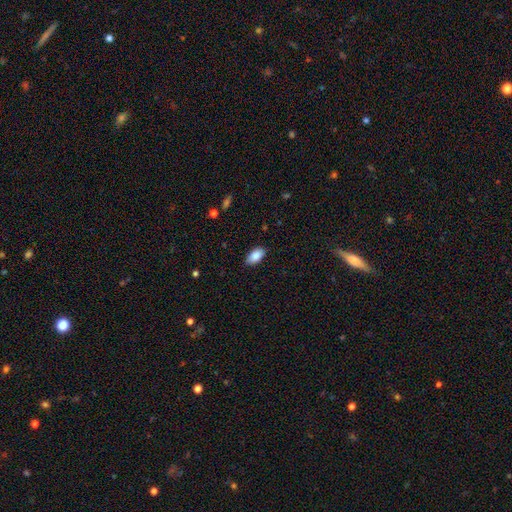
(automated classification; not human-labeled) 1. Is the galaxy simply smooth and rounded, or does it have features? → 87% smooth, 7% star or artifact, 6% featured or disk.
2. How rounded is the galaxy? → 93% in between, 4% round, 3% cigar-shaped.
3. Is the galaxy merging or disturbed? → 86% none, 11% minor disturbance, 2% major disturbance, 1% merger.